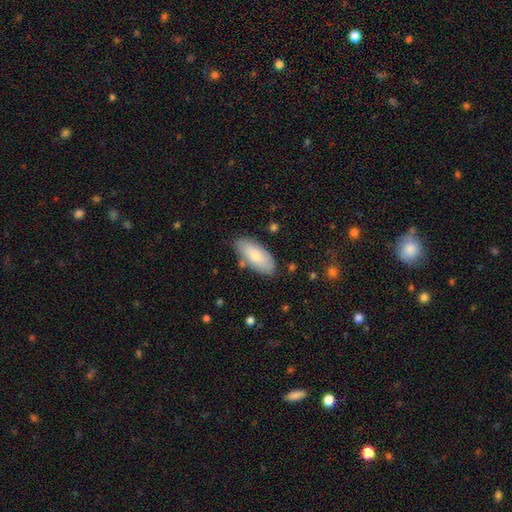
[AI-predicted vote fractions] Smooth or featured?
  - smooth: 76% *
  - featured or disk: 18%
  - star or artifact: 6%
How rounded?
  - in between: 87% *
  - cigar-shaped: 11%
  - round: 2%
Merging?
  - none: 80% *
  - minor disturbance: 14%
  - merger: 3%
  - major disturbance: 3%